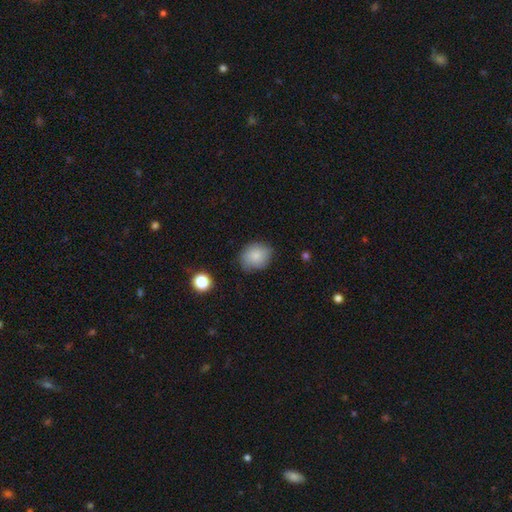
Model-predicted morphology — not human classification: type=smooth (82%); roundness=round (61%); merging=none (74%).